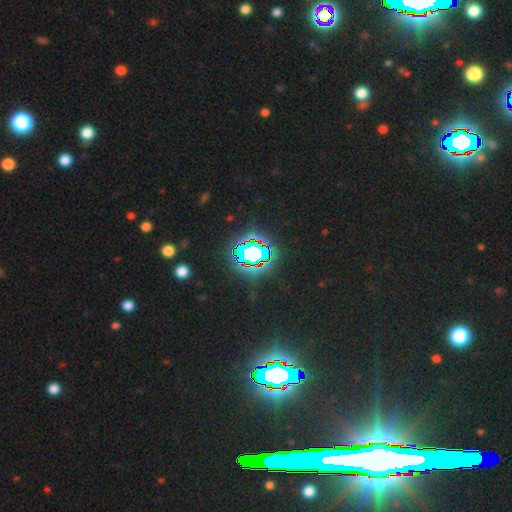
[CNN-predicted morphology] star or artifact 73%, smooth 17%, featured or disk 10%.